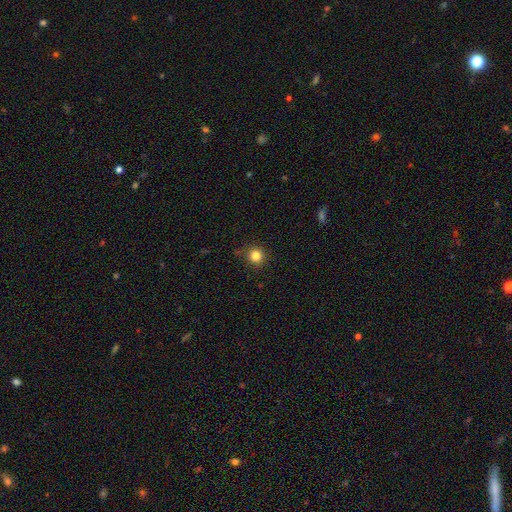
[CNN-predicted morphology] The model was most divided on "smooth or featured": smooth: 83%, star or artifact: 12%, featured or disk: 5%. More confident: how rounded — round (94%); merging — none (88%).